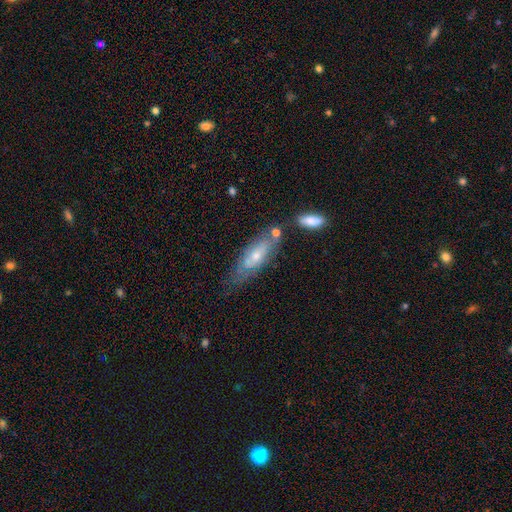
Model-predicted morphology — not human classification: This appears to be a featured or disk galaxy (52%). Merging: none (54%).